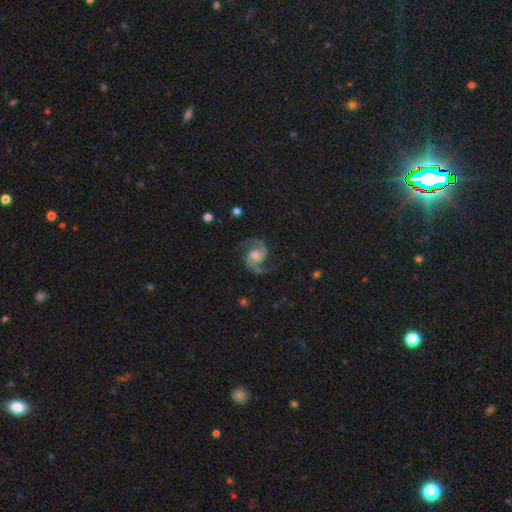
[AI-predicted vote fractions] A featured or disk galaxy (89%) with no bar (56%), 2 (94%) medium (59%) spiral arms (98%) and a small central bulge (41%). Merging: none (78%).